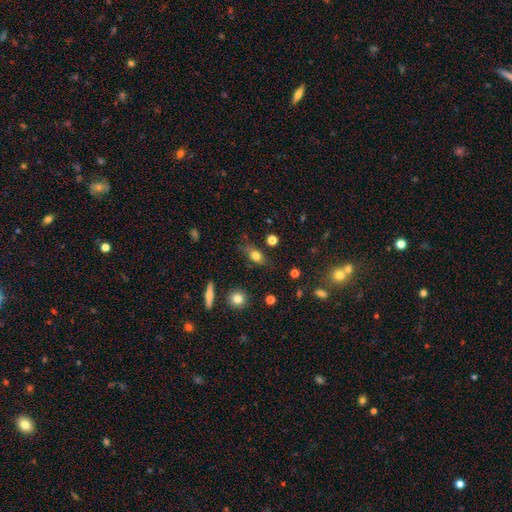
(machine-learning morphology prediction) type=smooth (75%); roundness=in between (74%); merging=none (67%).